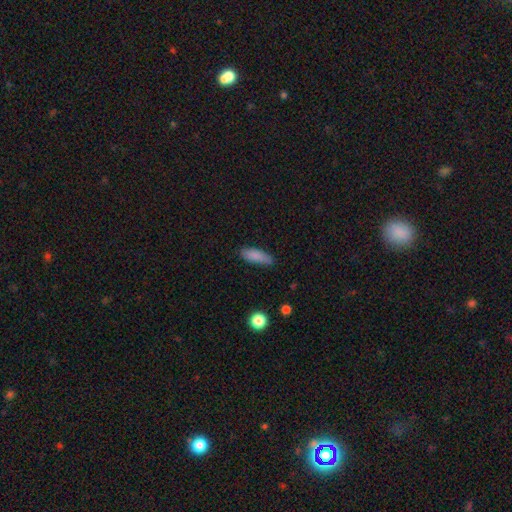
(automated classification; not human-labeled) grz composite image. It shows a smooth galaxy with no disk features (85%) that is in between round and cigar-shaped (56%). Merging: none (74%).